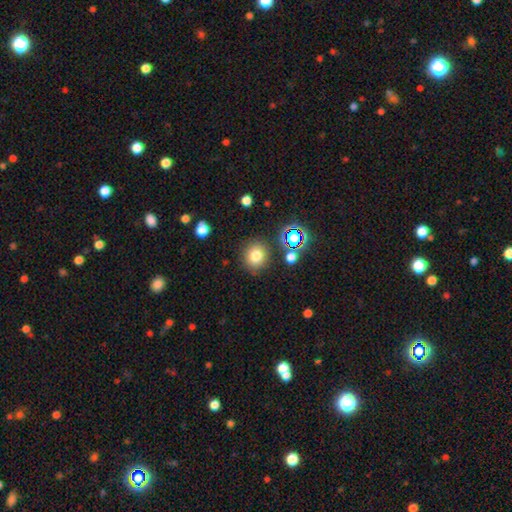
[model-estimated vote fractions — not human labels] This appears to be a smooth galaxy with no disk features (76%) that is round (88%). Merging: none (83%).